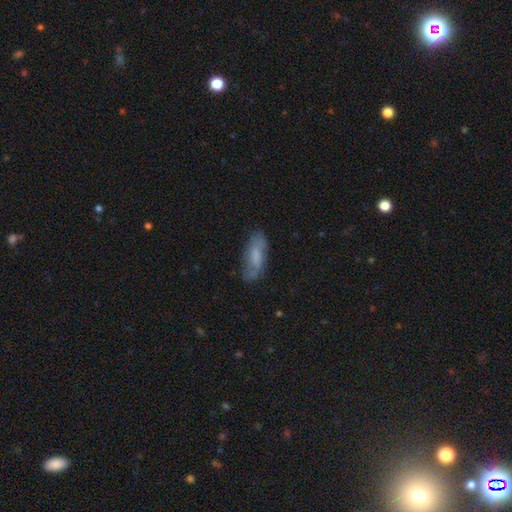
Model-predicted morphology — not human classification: Smooth or featured?
  - smooth: 56% *
  - featured or disk: 37%
  - star or artifact: 7%
How rounded?
  - in between: 65% *
  - cigar-shaped: 32%
  - round: 2%
Merging?
  - none: 71% *
  - minor disturbance: 21%
  - major disturbance: 7%
  - merger: 2%